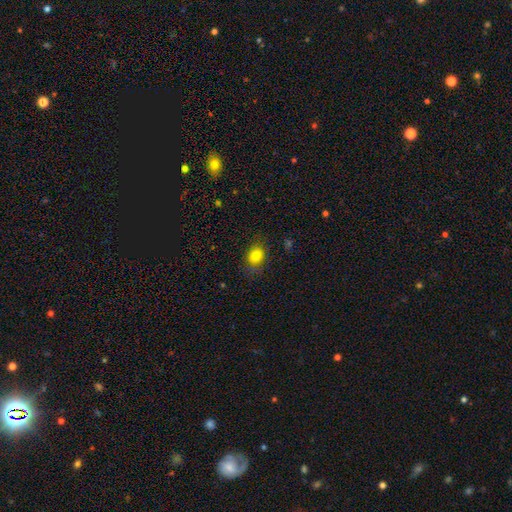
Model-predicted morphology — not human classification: Smooth or featured? smooth (80%)
How rounded? in between (56%)
Merging? none (77%)